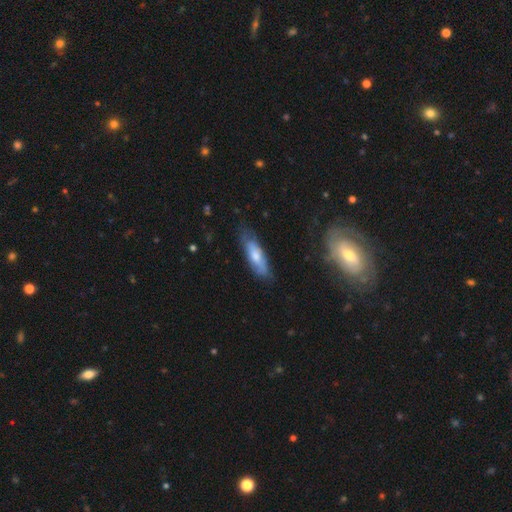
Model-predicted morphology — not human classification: A smooth galaxy with no disk features (55%) that is cigar-shaped (49%, tied with in between). Merging: none (67%).